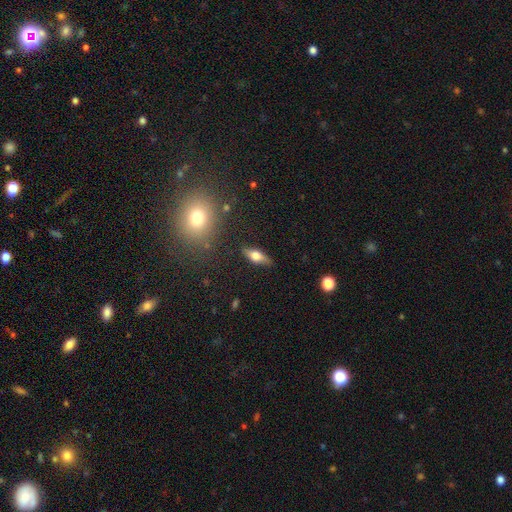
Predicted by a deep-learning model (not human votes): Q: Smooth or featured?
A: featured or disk (47%); runner-up: smooth (45%)
Q: Merging?
A: none (83%); runner-up: minor disturbance (12%)